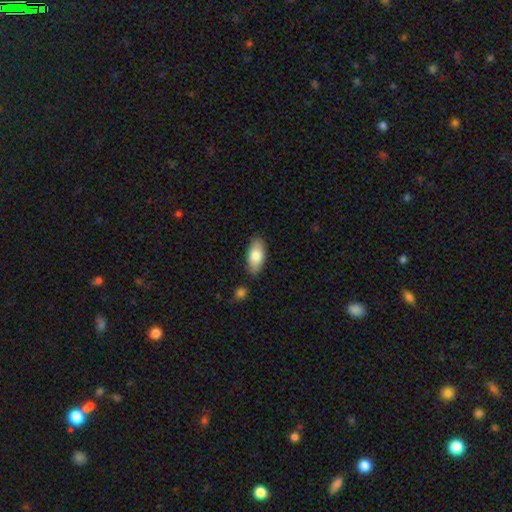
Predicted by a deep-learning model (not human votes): Smooth or featured? Predicted: smooth (p=0.80). How rounded? Predicted: in between (p=0.90). Merging? Predicted: none (p=0.83).